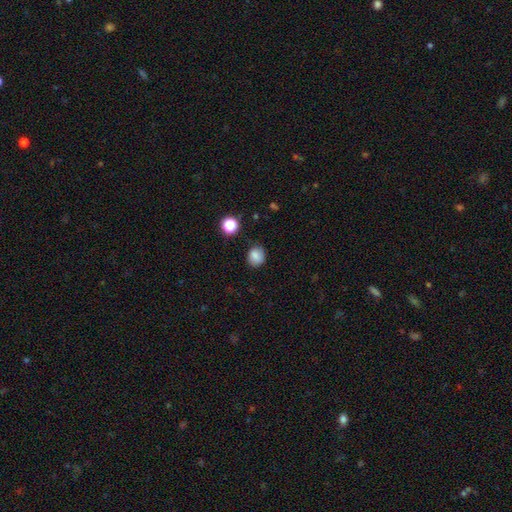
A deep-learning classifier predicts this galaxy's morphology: type=smooth (81%); roundness=round (71%); merging=none (80%).